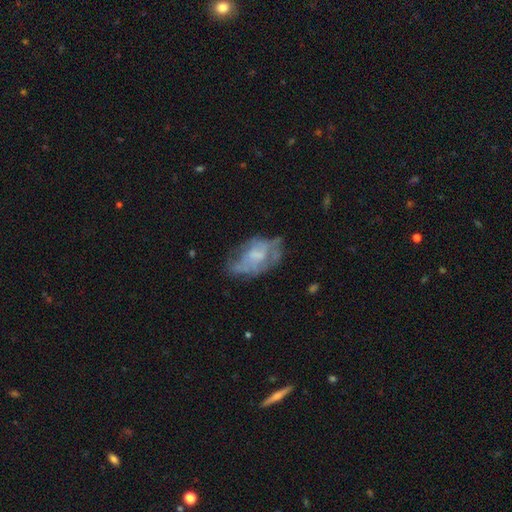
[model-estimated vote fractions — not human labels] Smooth or featured? Predicted: featured or disk (p=0.57). Edge-on disk? Predicted: no (p=0.95). Bar? Predicted: no (p=0.75). Spiral arms? Predicted: no (p=0.66). Bulge size? Predicted: none (p=0.38). Merging? Predicted: none (p=0.47).